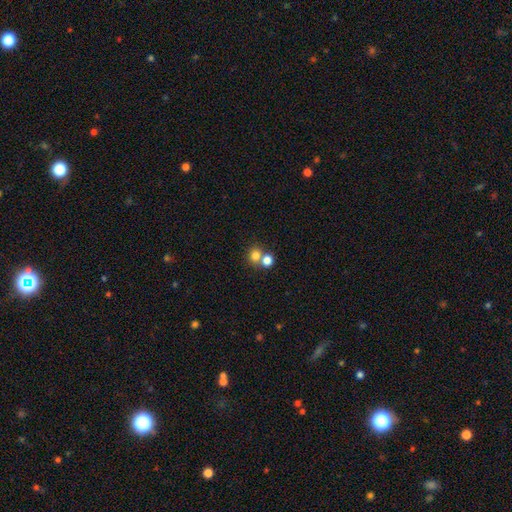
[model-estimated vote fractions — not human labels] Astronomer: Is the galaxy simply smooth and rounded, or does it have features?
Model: smooth — 78%.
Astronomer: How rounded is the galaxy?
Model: round — 81%.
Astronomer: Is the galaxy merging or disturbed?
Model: none — 46% (runner-up: merger, 45%).